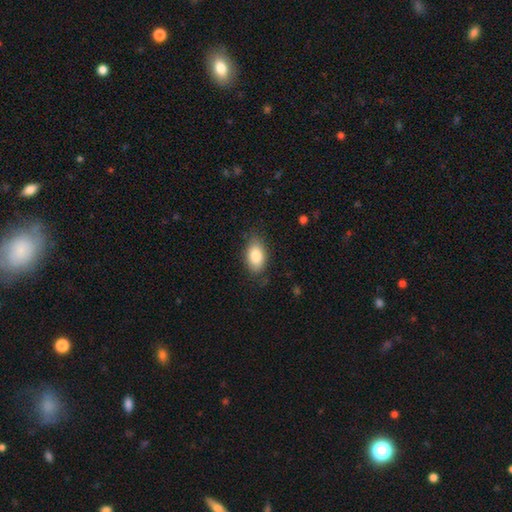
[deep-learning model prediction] This appears to be a smooth galaxy with no disk features (83%) that is in between round and cigar-shaped (91%). Merging: none (79%).